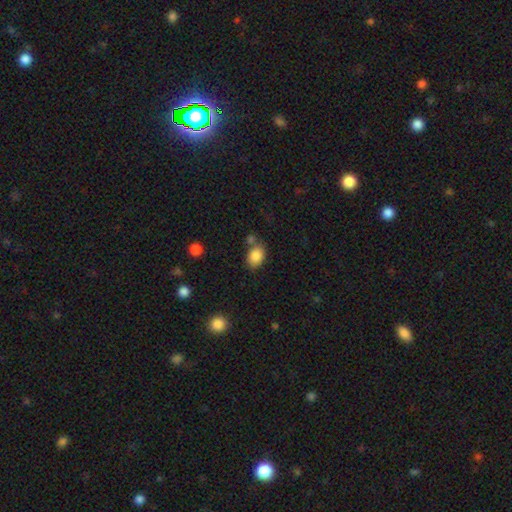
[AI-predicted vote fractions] Morphology: type=smooth (86%); roundness=in between (70%); merging=none (63%).